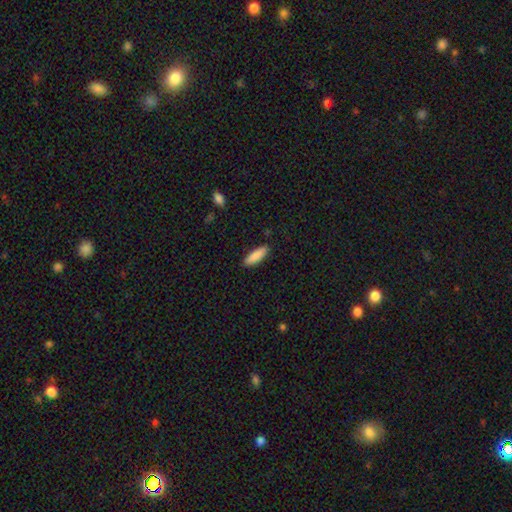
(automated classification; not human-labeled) The model was most divided on "how rounded": cigar-shaped: 52%, in between: 47%, round: 1%. More confident: merging — none (89%); smooth or featured — smooth (88%).